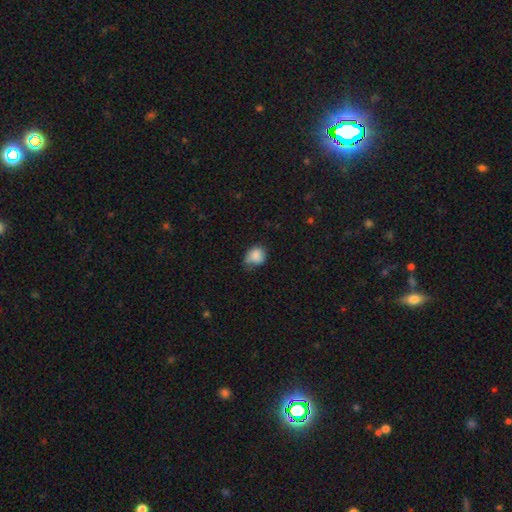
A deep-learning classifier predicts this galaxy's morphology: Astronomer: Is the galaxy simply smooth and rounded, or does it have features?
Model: smooth — 83%.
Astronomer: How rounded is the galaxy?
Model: round — 62% (runner-up: in between, 37%).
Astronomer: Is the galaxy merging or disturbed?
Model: none — 46% (runner-up: minor disturbance, 42%).